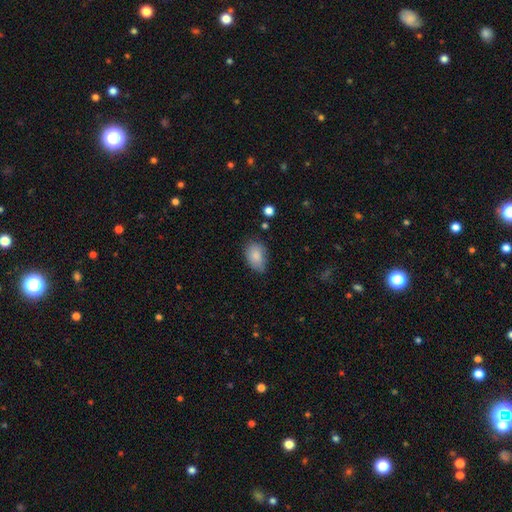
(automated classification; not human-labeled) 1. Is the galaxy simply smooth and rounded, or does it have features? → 85% smooth, 8% star or artifact, 7% featured or disk.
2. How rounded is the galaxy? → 86% in between, 13% round, 1% cigar-shaped.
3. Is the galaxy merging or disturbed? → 65% none, 27% minor disturbance, 6% major disturbance, 2% merger.